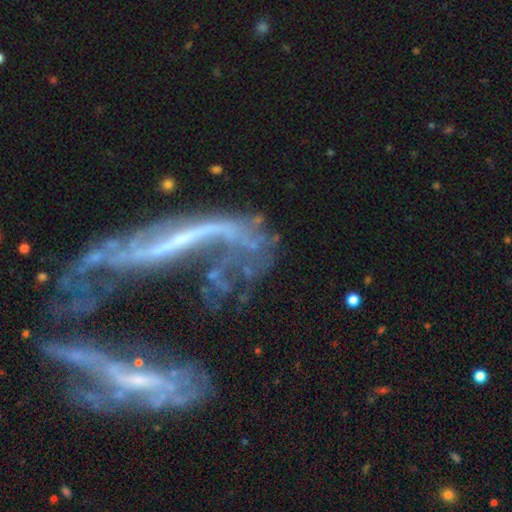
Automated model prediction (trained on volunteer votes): smooth-or-featured: featured or disk: 74% | smooth: 13% | star or artifact: 13%
  disk-edge-on: no: 78% | yes: 22%
    bar: no: 42% | strong: 33% | weak: 25%
    has-spiral-arms: yes: 59% | no: 41%
    bulge-size: none: 48% | small: 34% | moderate: 14% | large: 2% | dominant: 2%
  merging: merger: 39% | major disturbance: 31% | none: 19% | minor disturbance: 11%